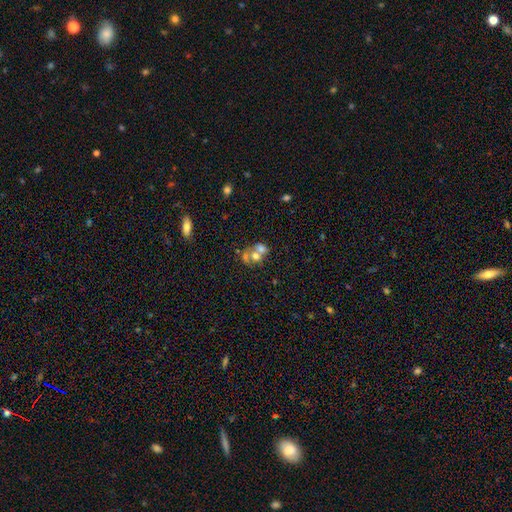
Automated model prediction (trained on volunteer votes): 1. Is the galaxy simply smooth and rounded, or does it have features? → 58% smooth, 30% featured or disk, 12% star or artifact.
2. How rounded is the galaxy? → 55% round, 44% in between, 1% cigar-shaped.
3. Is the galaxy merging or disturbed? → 65% merger, 23% none, 7% minor disturbance, 5% major disturbance.